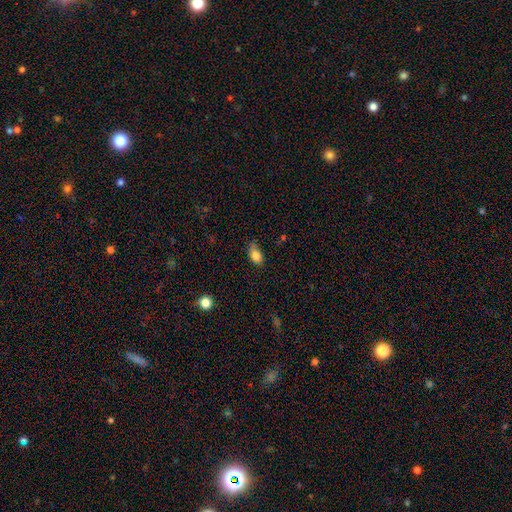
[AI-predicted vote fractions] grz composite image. It shows a smooth galaxy with no disk features (83%) that is in between round and cigar-shaped (86%). Merging: none (56%).